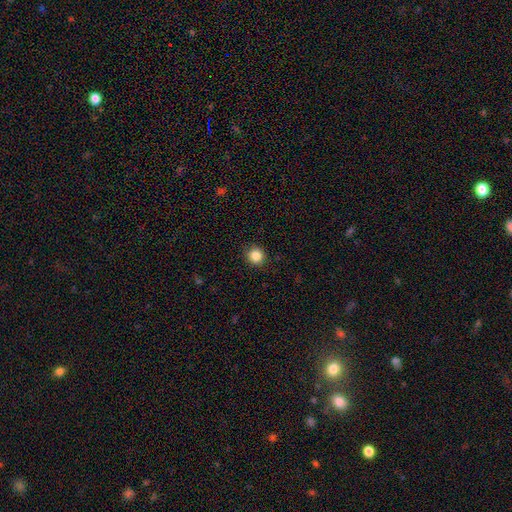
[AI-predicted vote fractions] smooth_or_featured: smooth (p=0.86) [alt: star or artifact p=0.10]
how_rounded: round (p=0.91) [alt: in between p=0.08]
merging: none (p=0.90) [alt: minor disturbance p=0.07]